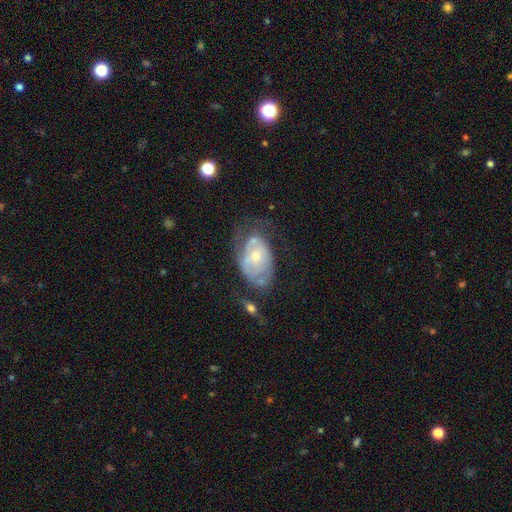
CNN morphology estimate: This appears to be a featured or disk galaxy (65%) with no bar (78%), spiral arms (58%) and a small central bulge (53%). Merging: none (36%).